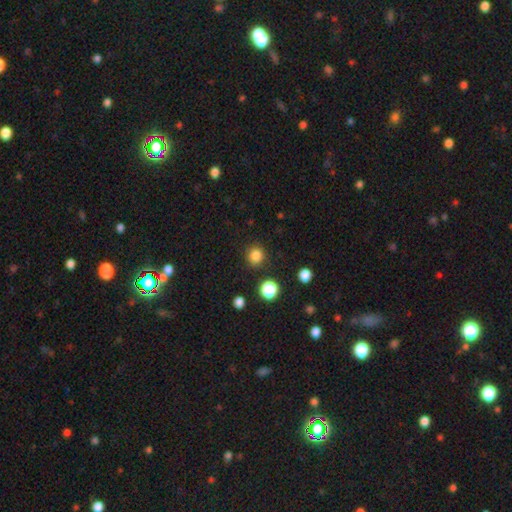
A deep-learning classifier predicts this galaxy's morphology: Smooth or featured? smooth (83%)
How rounded? round (91%)
Merging? none (89%)